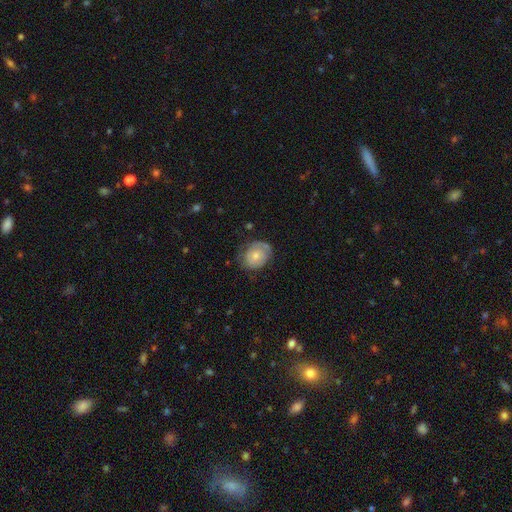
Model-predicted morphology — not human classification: smooth 50%, featured or disk 43%, star or artifact 7%. Down the decision tree: merging — none (62%).